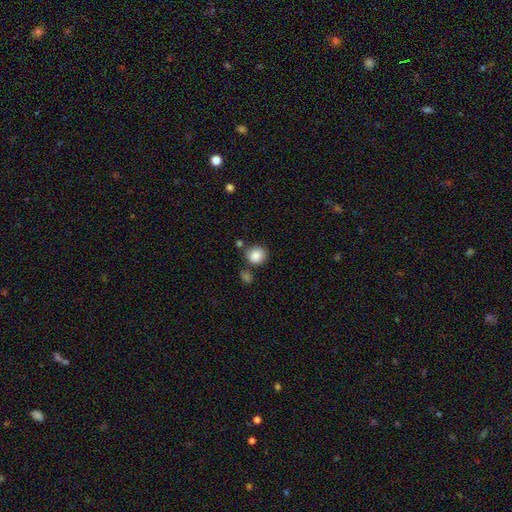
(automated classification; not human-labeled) This is clearly a smooth galaxy (86%). How rounded: clearly round (86%). Merging: likely none (74%).